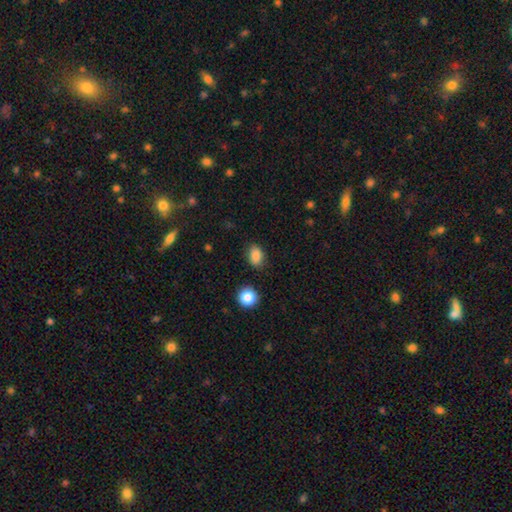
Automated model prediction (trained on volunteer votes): Smooth or featured: smooth — 85% (star or artifact — 10%)
How rounded: in between — 77% (round — 22%)
Merging: none — 82% (minor disturbance — 12%)